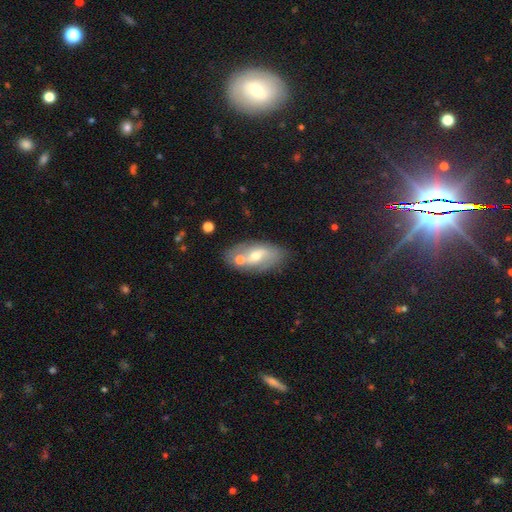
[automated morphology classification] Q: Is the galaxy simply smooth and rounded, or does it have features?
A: featured or disk — 50%.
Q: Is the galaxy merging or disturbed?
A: none — 61%.